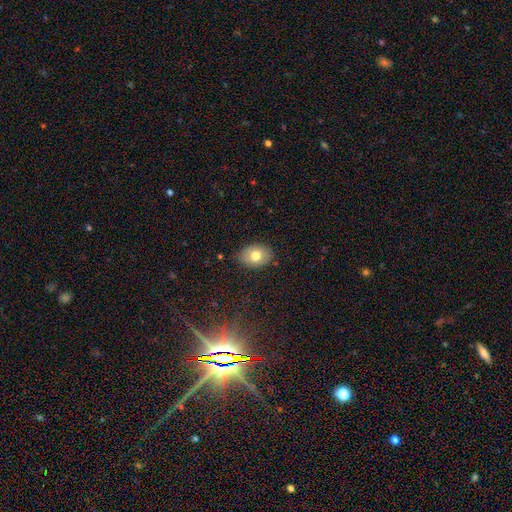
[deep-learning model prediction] Q: Smooth or featured?
A: smooth (72%); runner-up: featured or disk (20%)
Q: How rounded?
A: in between (79%); runner-up: round (20%)
Q: Merging?
A: none (83%); runner-up: minor disturbance (13%)